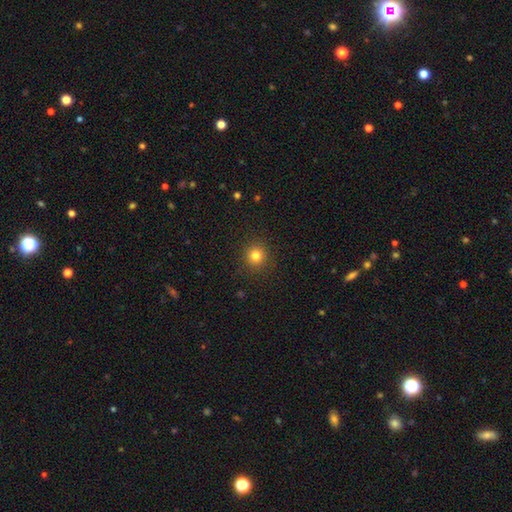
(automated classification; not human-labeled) smooth-or-featured: smooth: 80% | star or artifact: 14% | featured or disk: 6%
  how-rounded: round: 93% | in between: 6% | cigar-shaped: 1%
  merging: none: 91% | minor disturbance: 6% | major disturbance: 2% | merger: 1%